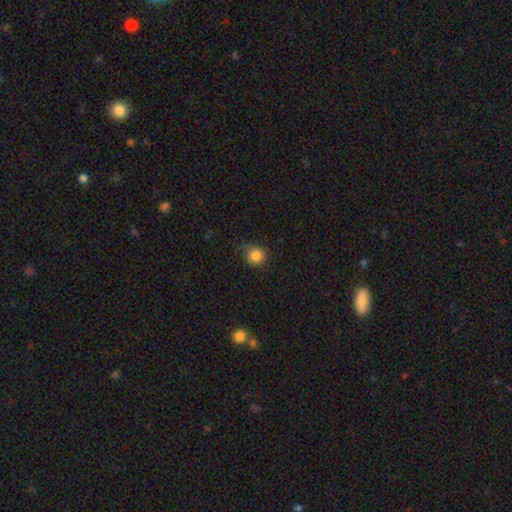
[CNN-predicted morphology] Overall: smooth (84%). How rounded: round (87%). Merging: none (72%).